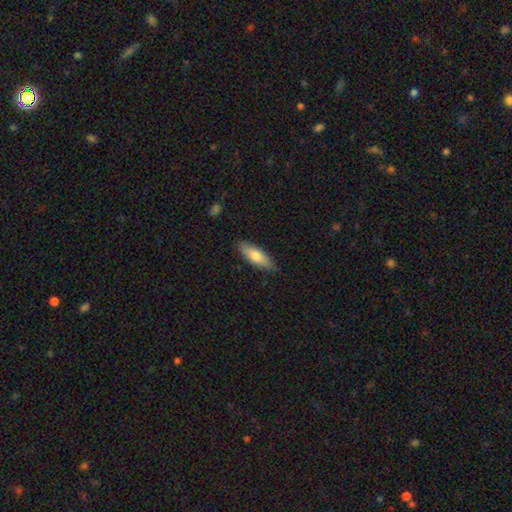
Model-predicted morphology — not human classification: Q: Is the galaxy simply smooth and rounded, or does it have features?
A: smooth — 71%.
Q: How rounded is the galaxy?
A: in between — 50%.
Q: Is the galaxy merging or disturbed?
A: none — 86%.